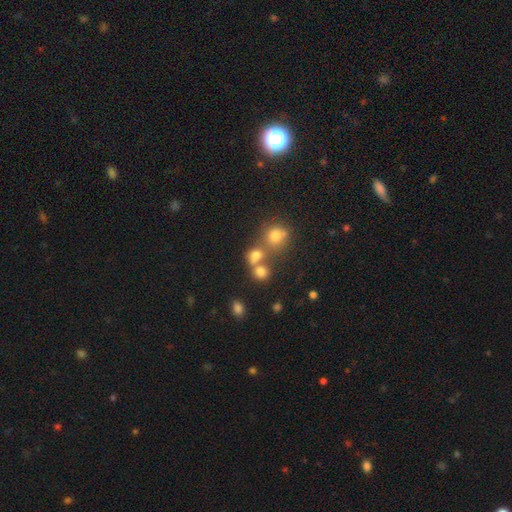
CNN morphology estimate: A smooth galaxy with no disk features (72%) that is round (69%).

Vote fractions:
- Smooth or featured? smooth: 72% / star or artifact: 18% / featured or disk: 10%
- How rounded? round: 69% / in between: 29% / cigar-shaped: 1%
- Merging? none: 46% / merger: 40% / minor disturbance: 9% / major disturbance: 5%